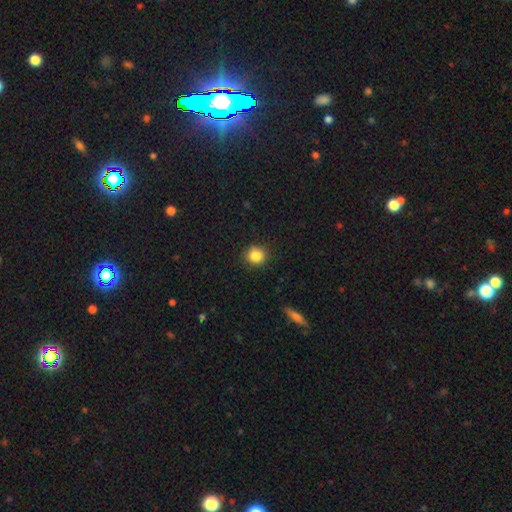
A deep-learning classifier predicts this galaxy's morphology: A smooth galaxy with no disk features (85%) that is round (87%). Merging: none (88%).